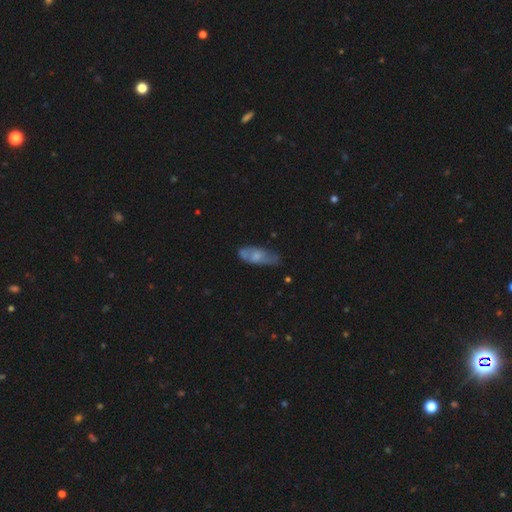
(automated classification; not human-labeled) Smooth or featured?
  - smooth: 54% *
  - featured or disk: 38%
  - star or artifact: 8%
How rounded?
  - in between: 70% *
  - cigar-shaped: 28%
  - round: 3%
Merging?
  - none: 56% *
  - minor disturbance: 29%
  - major disturbance: 11%
  - merger: 4%